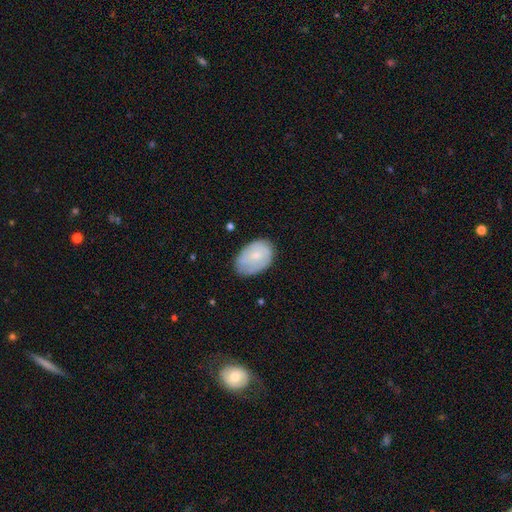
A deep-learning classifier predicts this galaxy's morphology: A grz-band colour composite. It shows a smooth galaxy with no disk features (65%) that is in between round and cigar-shaped (84%). Merging: none (66%).